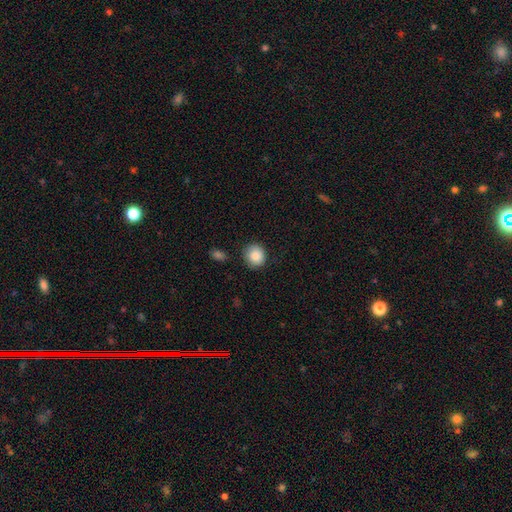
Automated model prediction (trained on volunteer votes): Overall: smooth (86%). How rounded: round (86%). Merging: none (85%).